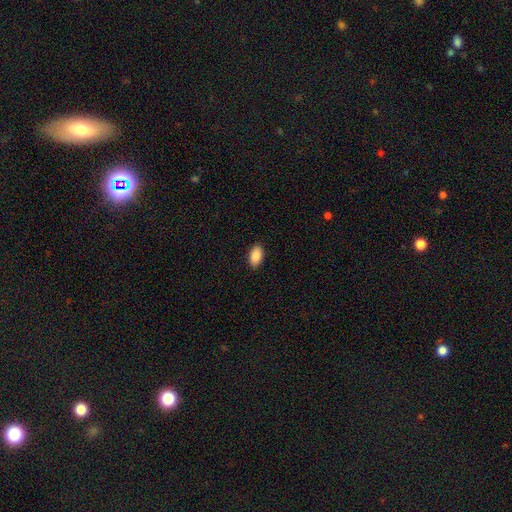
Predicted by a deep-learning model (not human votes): This is clearly a smooth galaxy (89%). How rounded: clearly in between (94%). Merging: clearly none (90%).